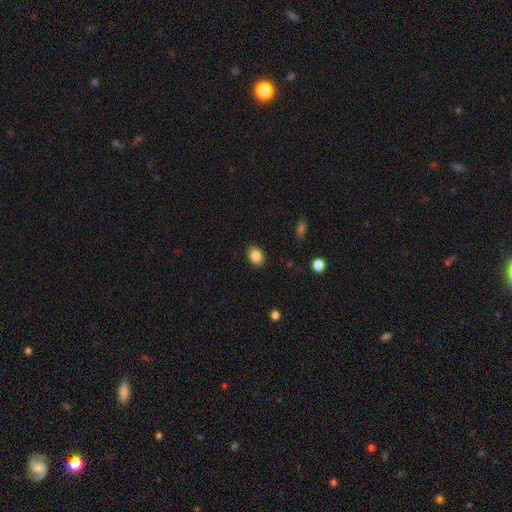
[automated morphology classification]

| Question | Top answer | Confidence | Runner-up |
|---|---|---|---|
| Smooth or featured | smooth | 86% | star or artifact (9%) |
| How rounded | in between | 68% | round (31%) |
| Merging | none | 88% | minor disturbance (9%) |